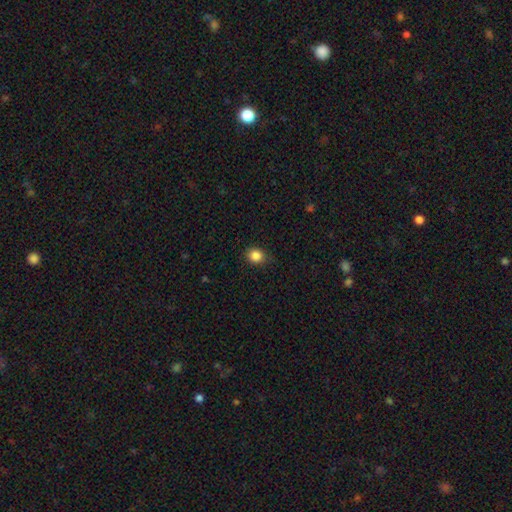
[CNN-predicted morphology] smooth_or_featured: smooth (p=0.86) [alt: star or artifact p=0.10]
how_rounded: round (p=0.73) [alt: in between p=0.26]
merging: none (p=0.85) [alt: minor disturbance p=0.11]